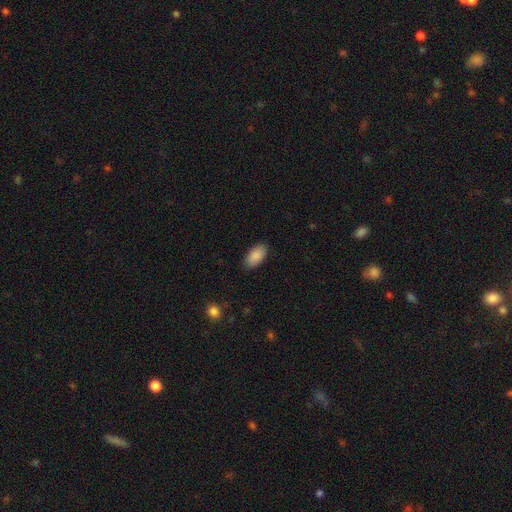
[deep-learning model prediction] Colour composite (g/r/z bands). It shows a smooth galaxy with no disk features (90%) that is in between round and cigar-shaped (94%). Merging: none (87%).